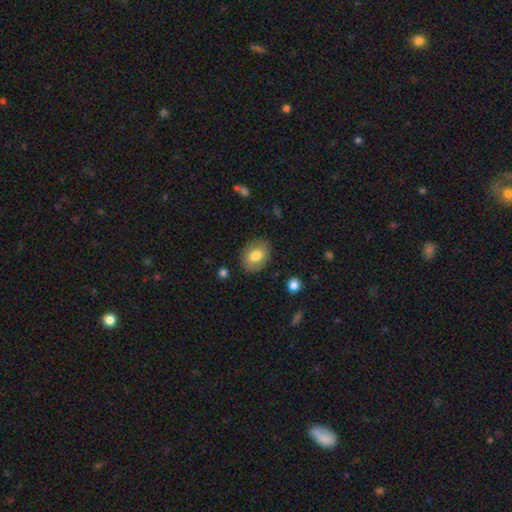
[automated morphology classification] Smooth or featured: smooth — 75% (featured or disk — 17%)
How rounded: in between — 67% (round — 32%)
Merging: none — 84% (minor disturbance — 11%)